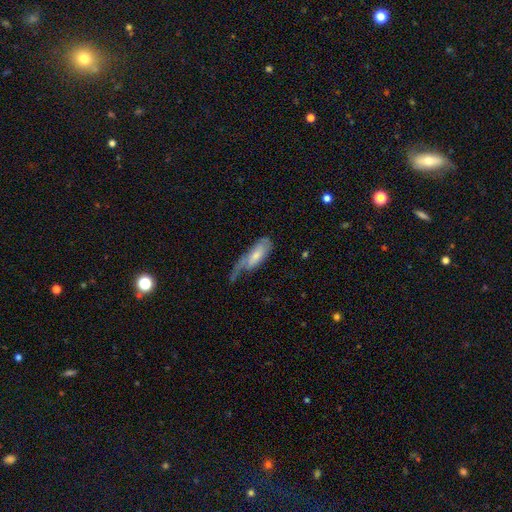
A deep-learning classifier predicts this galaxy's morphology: smooth-or-featured: smooth: 52% | featured or disk: 42% | star or artifact: 6%
  how-rounded: in between: 72% | cigar-shaped: 25% | round: 2%
  merging: major disturbance: 46% | minor disturbance: 28% | none: 22% | merger: 4%